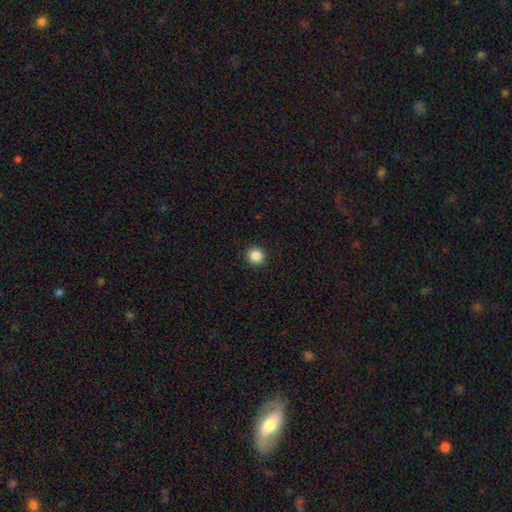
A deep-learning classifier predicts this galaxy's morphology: The model was most divided on "smooth or featured": smooth: 86%, star or artifact: 10%, featured or disk: 4%. More confident: how rounded — round (95%); merging — none (93%).